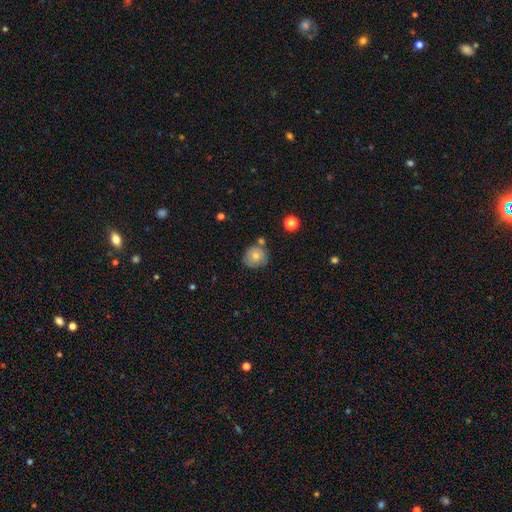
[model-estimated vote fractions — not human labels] Smooth or featured: smooth — 71% (featured or disk — 20%)
How rounded: round — 85% (in between — 14%)
Merging: none — 67% (minor disturbance — 17%)